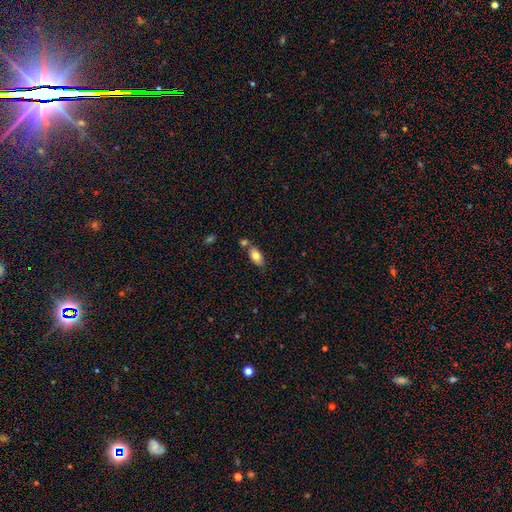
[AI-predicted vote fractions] Smooth or featured: smooth — 79% (featured or disk — 14%)
How rounded: in between — 91% (cigar-shaped — 5%)
Merging: none — 64% (merger — 21%)